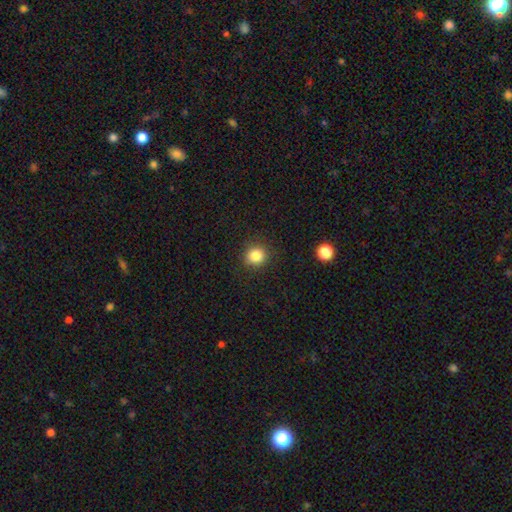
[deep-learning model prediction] Morphology: type=smooth (84%); roundness=round (87%); merging=none (89%).